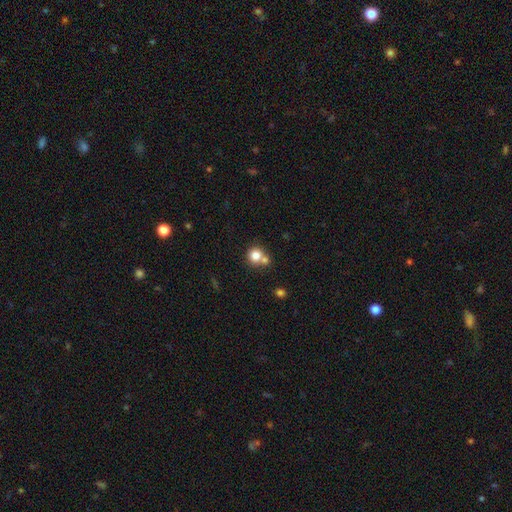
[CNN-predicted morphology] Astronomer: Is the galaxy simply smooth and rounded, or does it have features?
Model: smooth — 79%.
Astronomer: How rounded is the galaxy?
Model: round — 88%.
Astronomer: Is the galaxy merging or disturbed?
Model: none — 51% (runner-up: merger, 39%).